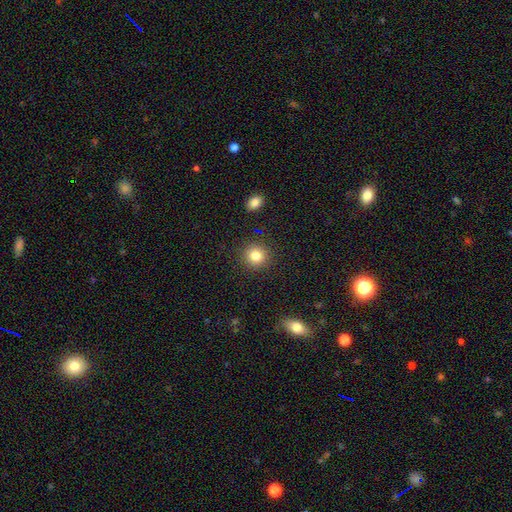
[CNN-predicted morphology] Smooth or featured: smooth — 83% (star or artifact — 11%)
How rounded: round — 91% (in between — 8%)
Merging: none — 90% (minor disturbance — 6%)